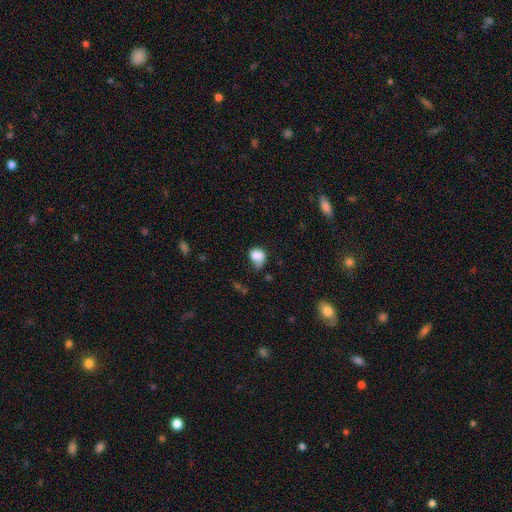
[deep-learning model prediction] Smooth or featured? smooth (73%)
How rounded? in between (52%)
Merging? minor disturbance (32%)